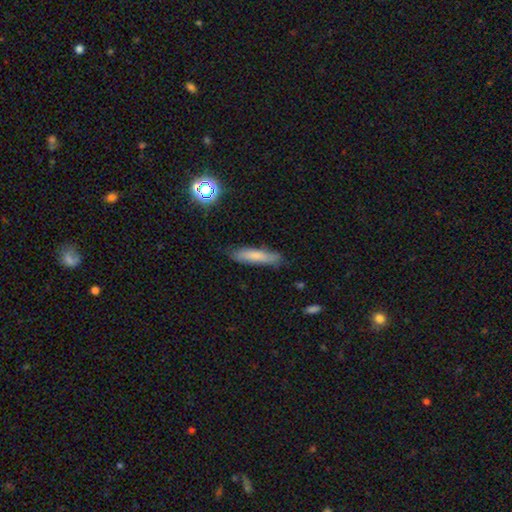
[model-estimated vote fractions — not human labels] Overall: smooth (75%). How rounded: cigar-shaped (81%). Merging: none (80%).